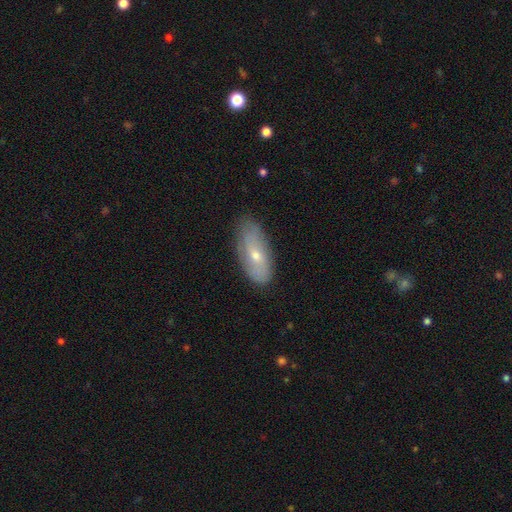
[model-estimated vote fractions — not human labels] Overall: smooth (48%; featured or disk 45%). Merging: none (76%).